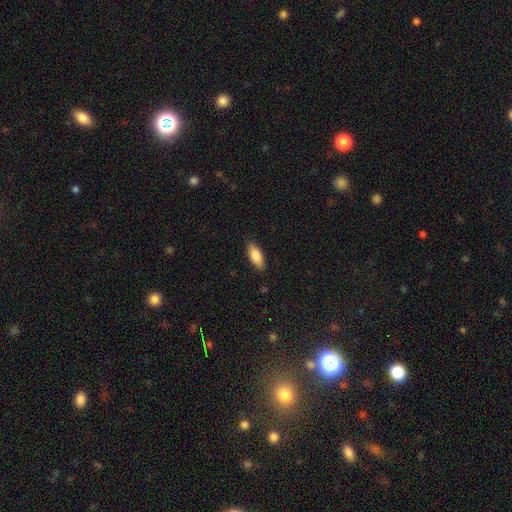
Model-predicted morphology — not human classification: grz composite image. It shows a smooth galaxy with no disk features (83%) that is in between round and cigar-shaped (81%). Merging: none (87%).